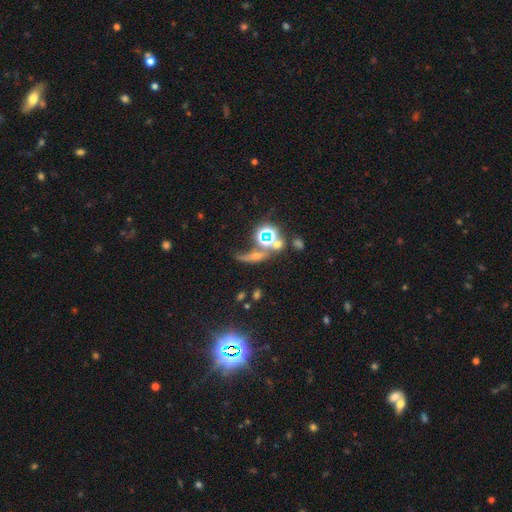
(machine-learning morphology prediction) Q: Smooth or featured?
A: star or artifact (44%); runner-up: smooth (29%)